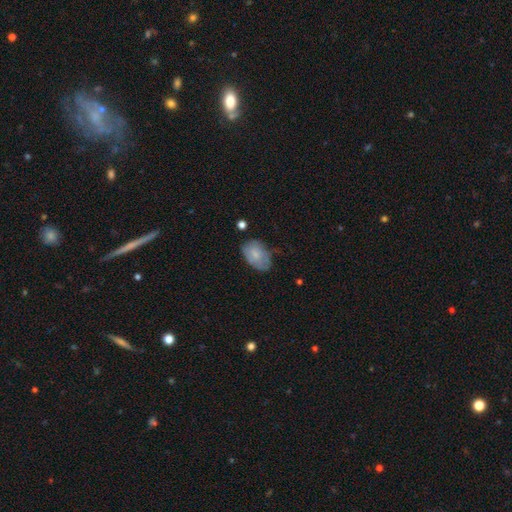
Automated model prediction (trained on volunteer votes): Smooth or featured? smooth (71%)
How rounded? in between (87%)
Merging? none (58%)